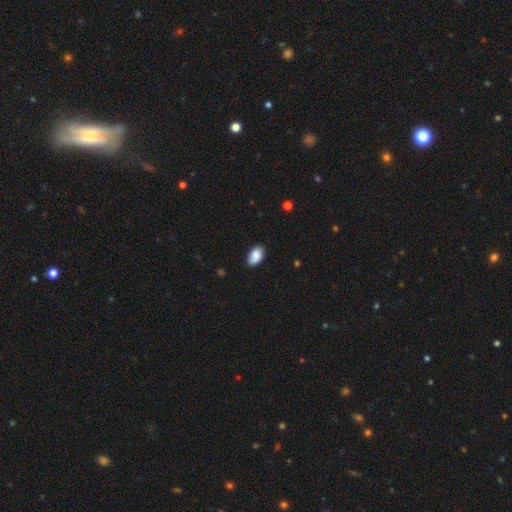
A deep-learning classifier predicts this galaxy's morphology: This is clearly a smooth galaxy (87%). How rounded: clearly in between (92%). Merging: clearly none (81%).